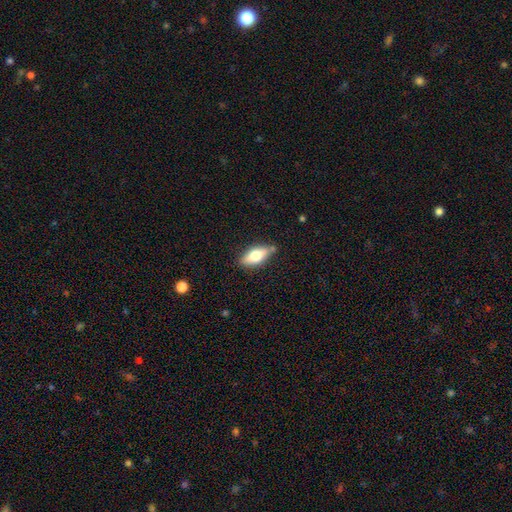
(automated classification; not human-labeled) Smooth or featured?
  - smooth: 66% *
  - featured or disk: 28%
  - star or artifact: 7%
How rounded?
  - in between: 81% *
  - cigar-shaped: 16%
  - round: 3%
Merging?
  - none: 79% *
  - minor disturbance: 15%
  - merger: 3%
  - major disturbance: 3%